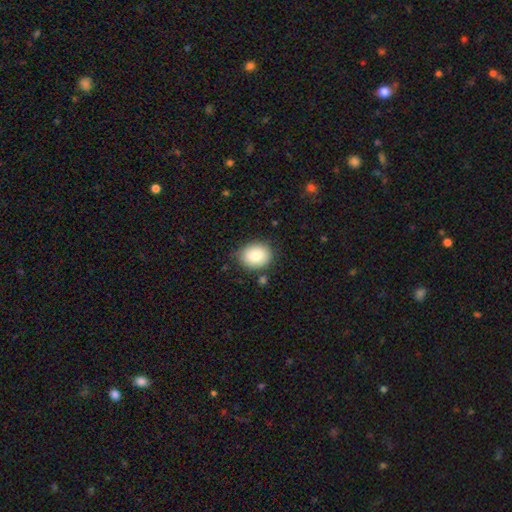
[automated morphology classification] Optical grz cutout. It shows a smooth galaxy with no disk features (83%) that is round (58%). Merging: none (79%).